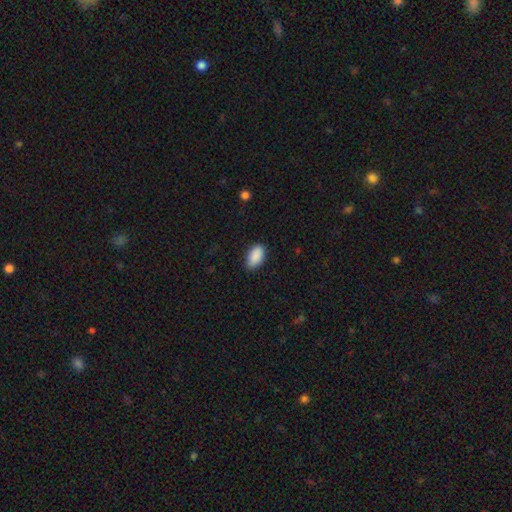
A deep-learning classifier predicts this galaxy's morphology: This appears to be a smooth galaxy with no disk features (90%) that is in between round and cigar-shaped (94%). Merging: none (85%).